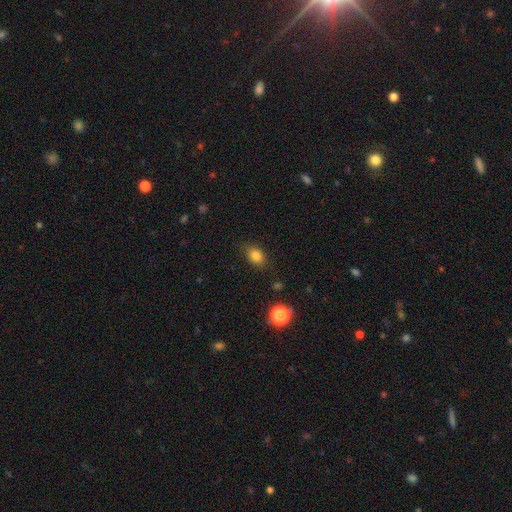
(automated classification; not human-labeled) Smooth or featured? smooth (82%)
How rounded? in between (69%)
Merging? none (80%)